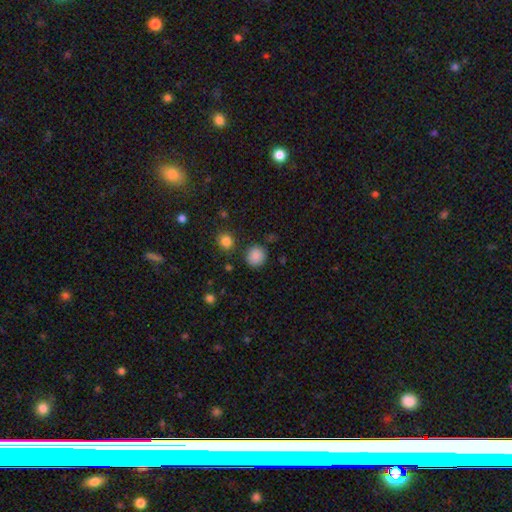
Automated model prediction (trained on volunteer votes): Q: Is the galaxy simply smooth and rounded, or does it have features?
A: smooth — 86%.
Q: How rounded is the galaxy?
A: round — 87%.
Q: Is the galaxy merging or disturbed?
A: none — 84%.